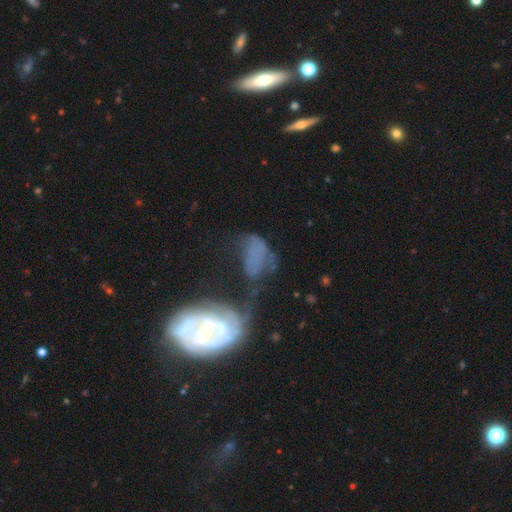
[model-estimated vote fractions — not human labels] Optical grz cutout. It shows a featured or disk galaxy (53%) with no bar (63%), spiral arms (52%) and a small central bulge (40%). Merging: merger (31%, tied with major disturbance).